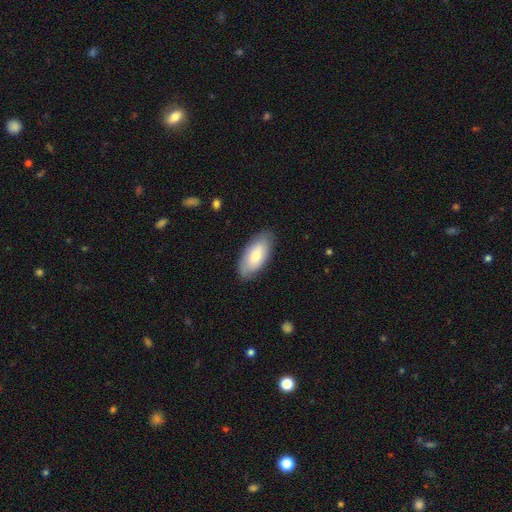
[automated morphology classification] Smooth or featured? Predicted: smooth (p=0.74). How rounded? Predicted: in between (p=0.91). Merging? Predicted: none (p=0.83).